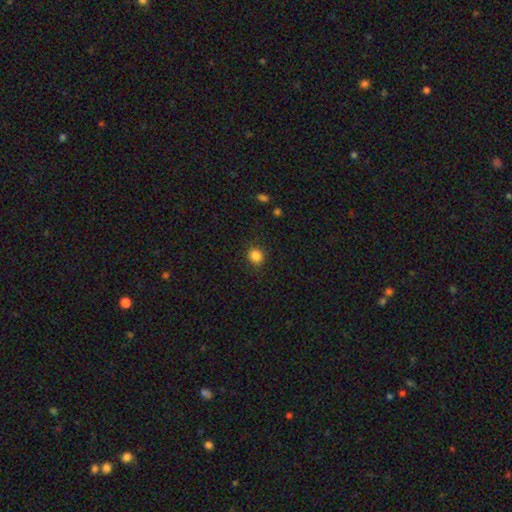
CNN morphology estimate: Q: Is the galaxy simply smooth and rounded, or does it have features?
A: smooth — 85%.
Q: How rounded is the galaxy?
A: round — 86%.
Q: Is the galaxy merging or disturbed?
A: none — 89%.